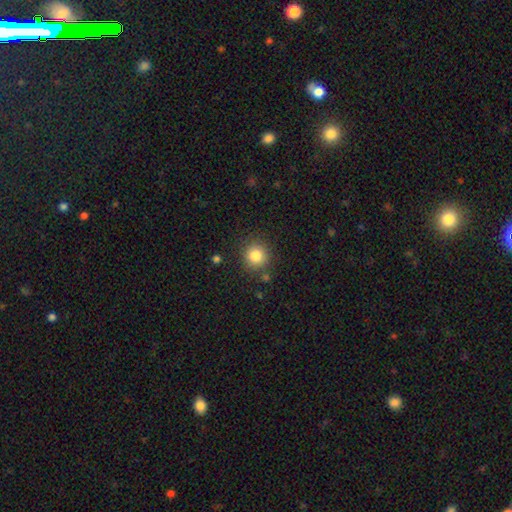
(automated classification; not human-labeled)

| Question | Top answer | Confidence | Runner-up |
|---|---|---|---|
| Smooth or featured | smooth | 83% | star or artifact (11%) |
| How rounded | round | 92% | in between (7%) |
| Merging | none | 86% | minor disturbance (8%) |